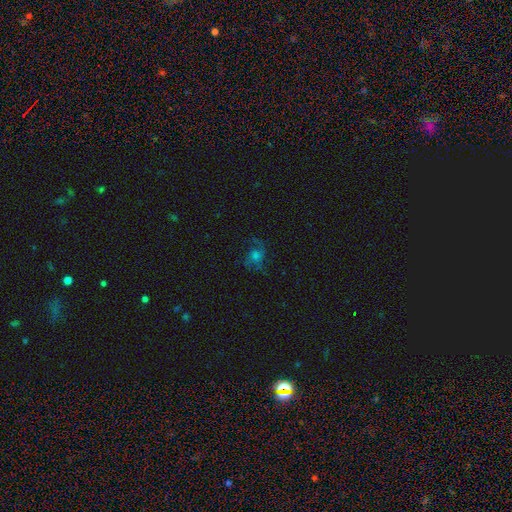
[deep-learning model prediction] Overall: featured or disk (56%; smooth 23%). Edge-on disk: no (97%). Bar: no (72%). Spiral arms: yes (88%). Bulge size: moderate (37%; small 27%). Merging: none (66%).